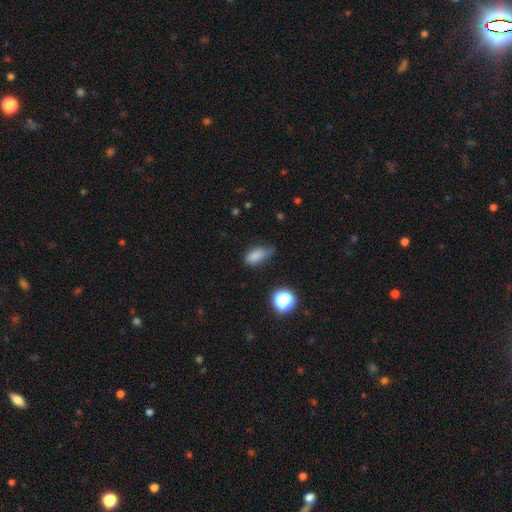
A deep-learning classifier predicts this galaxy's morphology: The model was most divided on "merging" (2-way tie): none: 42%, minor disturbance: 42%, major disturbance: 13%, merger: 3%. More confident: how rounded — in between (83%); smooth or featured — smooth (81%).